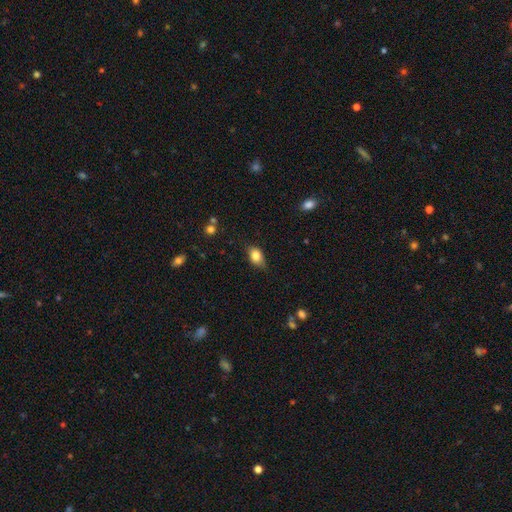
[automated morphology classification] This is clearly a smooth galaxy (83%). How rounded: likely in between (80%). Merging: likely none (71%).